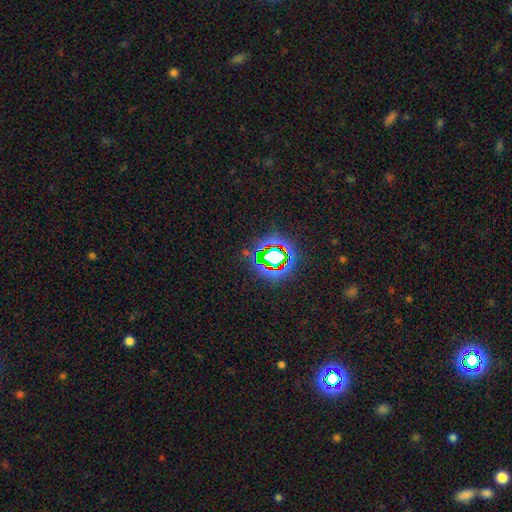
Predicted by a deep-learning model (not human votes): Smooth or featured?
  - star or artifact: 77% *
  - smooth: 14%
  - featured or disk: 9%